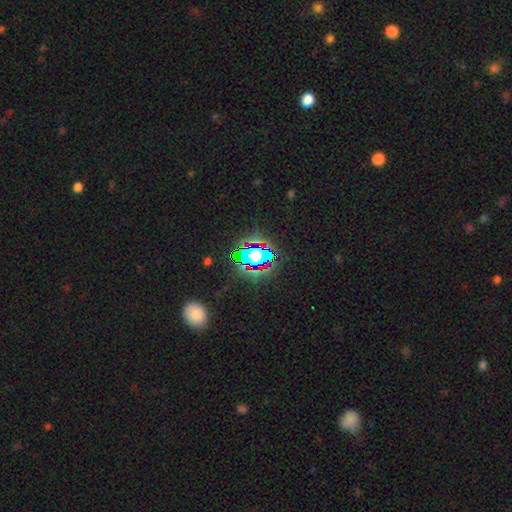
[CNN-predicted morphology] smooth_or_featured: star or artifact (p=0.57) [alt: smooth p=0.27]